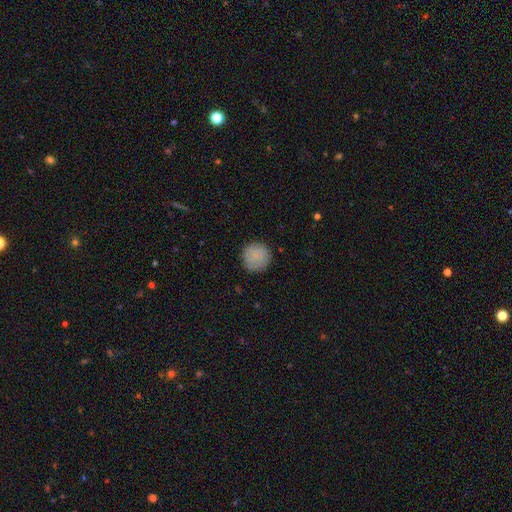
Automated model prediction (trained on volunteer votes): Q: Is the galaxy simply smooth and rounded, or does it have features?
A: smooth — 86%.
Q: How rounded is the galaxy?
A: round — 93%.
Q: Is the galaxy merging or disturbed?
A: none — 86%.